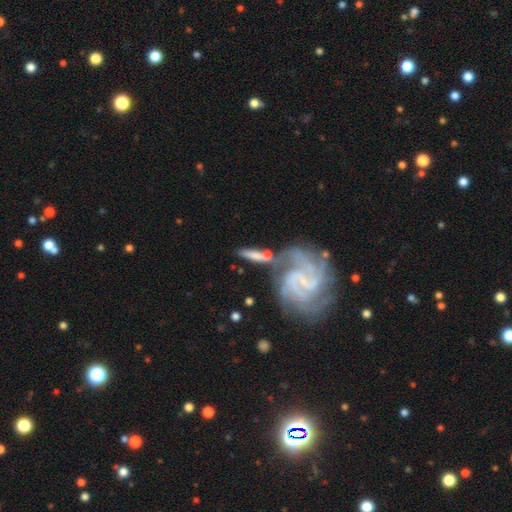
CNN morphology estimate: Smooth or featured: featured or disk — 54% (smooth — 39%)
Edge-on disk: no — 77% (yes — 23%)
Merging: merger — 41% (none — 37%)